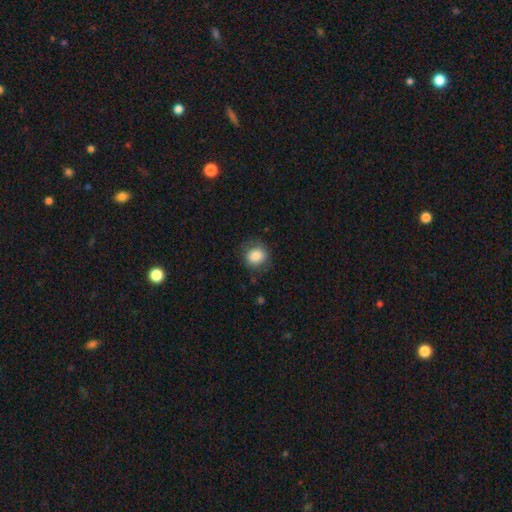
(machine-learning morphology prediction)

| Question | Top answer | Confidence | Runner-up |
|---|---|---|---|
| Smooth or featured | smooth | 83% | star or artifact (9%) |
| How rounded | round | 75% | in between (24%) |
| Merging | none | 74% | minor disturbance (18%) |